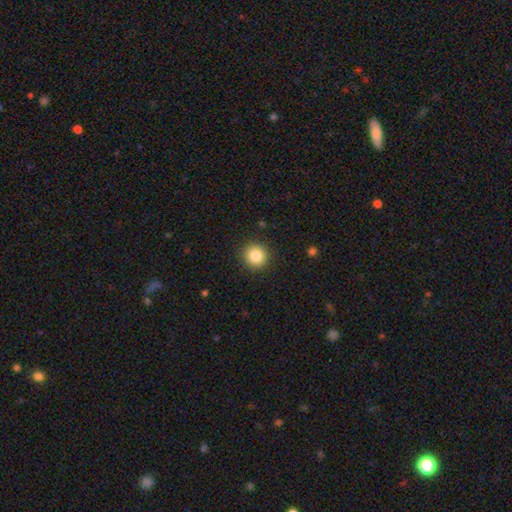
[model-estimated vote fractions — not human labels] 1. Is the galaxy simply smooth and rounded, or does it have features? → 84% smooth, 10% star or artifact, 6% featured or disk.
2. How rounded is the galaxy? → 93% round, 6% in between, 1% cigar-shaped.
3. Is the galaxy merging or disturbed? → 91% none, 6% minor disturbance, 2% major disturbance, 1% merger.